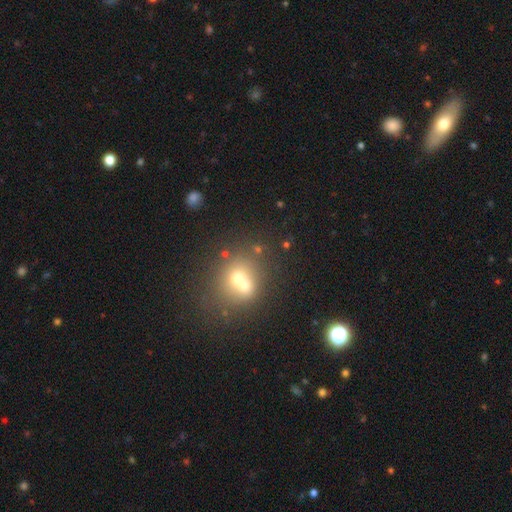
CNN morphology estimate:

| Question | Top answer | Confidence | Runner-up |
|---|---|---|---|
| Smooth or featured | smooth | 51% | featured or disk (28%) |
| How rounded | round | 68% | in between (30%) |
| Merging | merger | 51% | none (35%) |